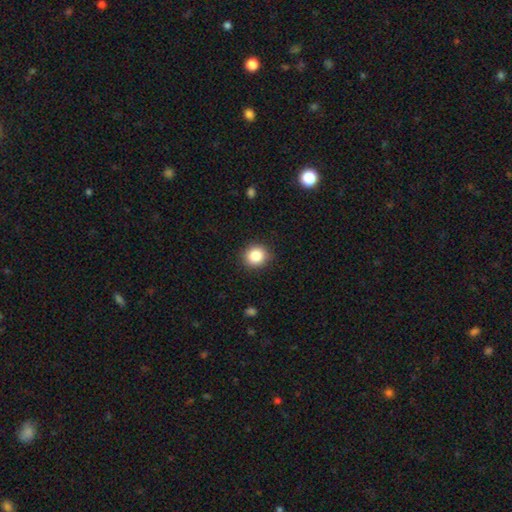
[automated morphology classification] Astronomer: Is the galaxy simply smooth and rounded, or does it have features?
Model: smooth — 86%.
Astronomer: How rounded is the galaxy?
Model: round — 89%.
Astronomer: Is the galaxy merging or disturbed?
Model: none — 90%.